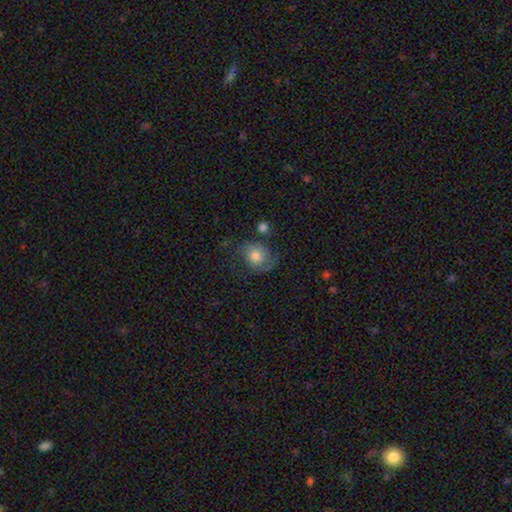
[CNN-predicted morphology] Q: Smooth or featured?
A: featured or disk (51%); runner-up: smooth (40%)
Q: Edge-on disk?
A: no (97%); runner-up: yes (3%)
Q: Merging?
A: none (58%); runner-up: minor disturbance (23%)